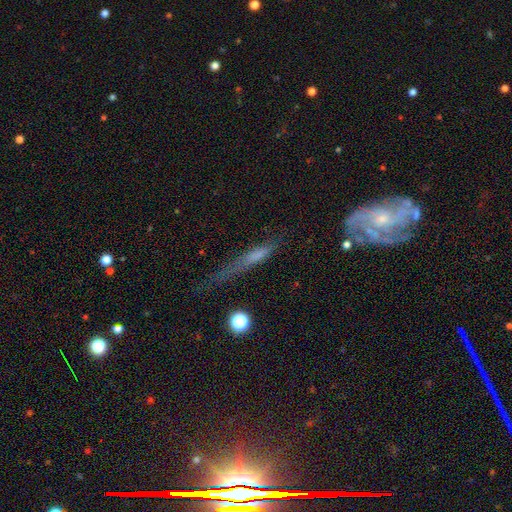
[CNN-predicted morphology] The model was most divided on "smooth or featured": smooth: 51%, featured or disk: 34%, star or artifact: 15%. More confident: how rounded — cigar-shaped (86%); merging — none (51%).